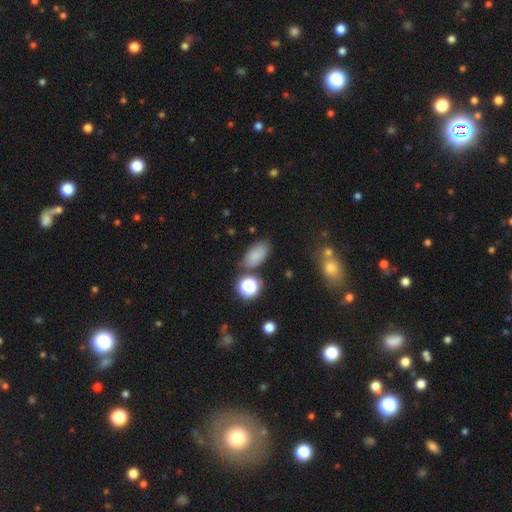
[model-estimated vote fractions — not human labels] smooth 76%, star or artifact 14%, featured or disk 10%. Down the decision tree: how rounded — in between (89%); merging — none (72%).